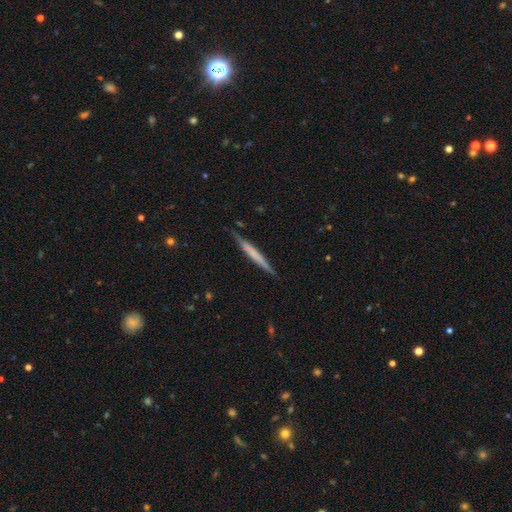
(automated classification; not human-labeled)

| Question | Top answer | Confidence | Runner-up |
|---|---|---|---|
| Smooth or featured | featured or disk | 48% | smooth (47%) |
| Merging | none | 84% | minor disturbance (12%) |